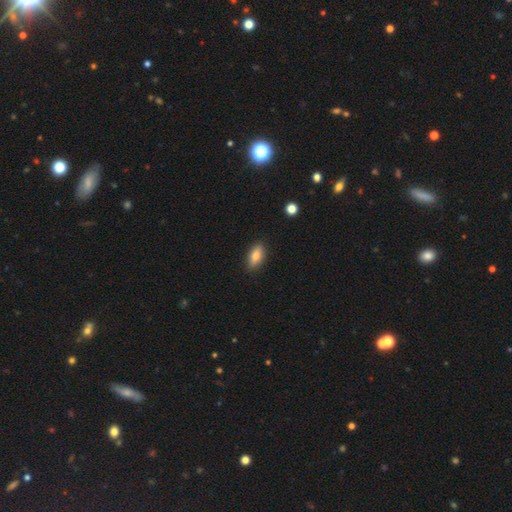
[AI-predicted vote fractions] A smooth galaxy with no disk features (76%) that is in between round and cigar-shaped (77%). Merging: none (87%).